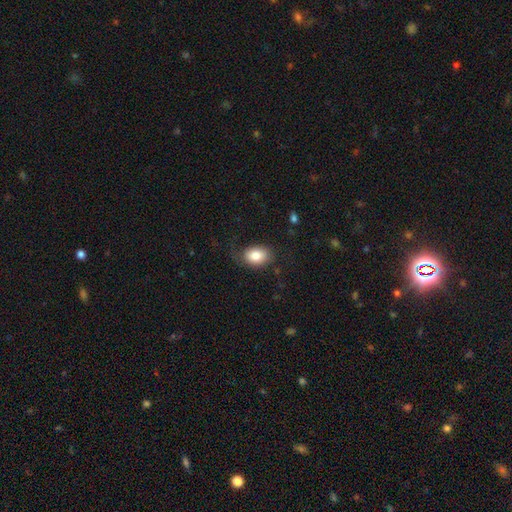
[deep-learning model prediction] smooth_or_featured: smooth (p=0.82) [alt: featured or disk p=0.10]
how_rounded: in between (p=0.78) [alt: round p=0.21]
merging: none (p=0.69) [alt: minor disturbance p=0.19]